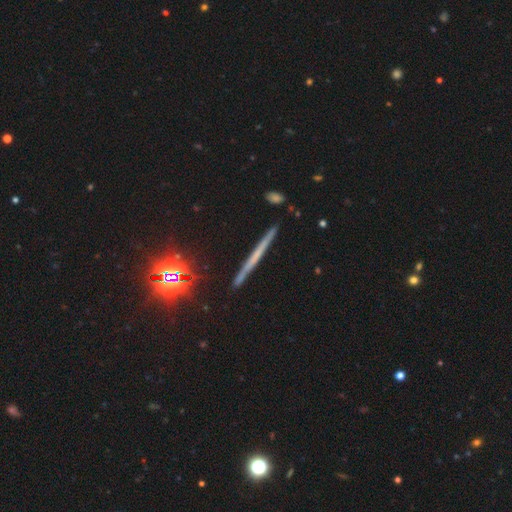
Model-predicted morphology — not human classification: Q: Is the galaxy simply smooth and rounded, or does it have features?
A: featured or disk — 53%.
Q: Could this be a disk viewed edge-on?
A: yes — 97%.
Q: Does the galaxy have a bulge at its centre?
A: none — 83%.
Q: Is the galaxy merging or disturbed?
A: none — 90%.